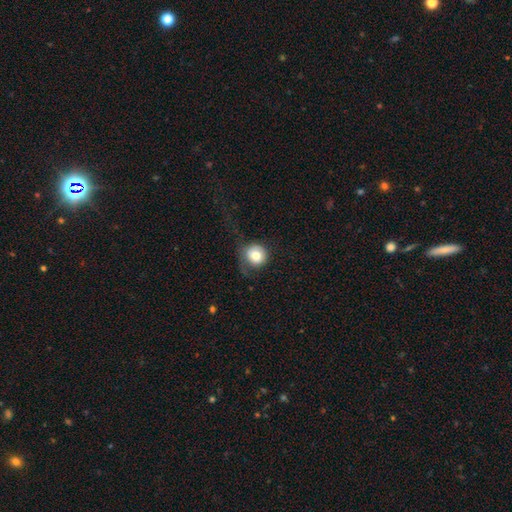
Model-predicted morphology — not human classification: Overall: smooth (76%). How rounded: round (89%). Merging: none (53%; major disturbance 23%).